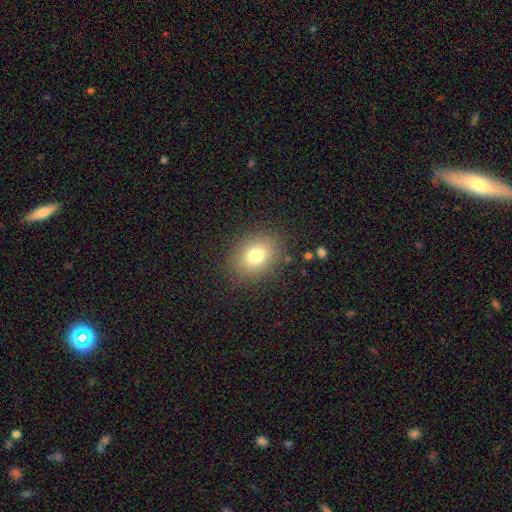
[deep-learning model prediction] This is likely a smooth galaxy (77%). How rounded: possibly round (51%). Merging: clearly none (86%).